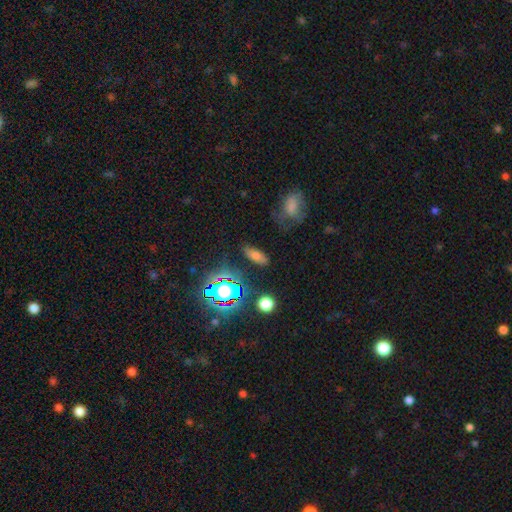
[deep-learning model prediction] This appears to be a smooth galaxy with no disk features (63%) that is in between round and cigar-shaped (73%). Merging: none (79%).